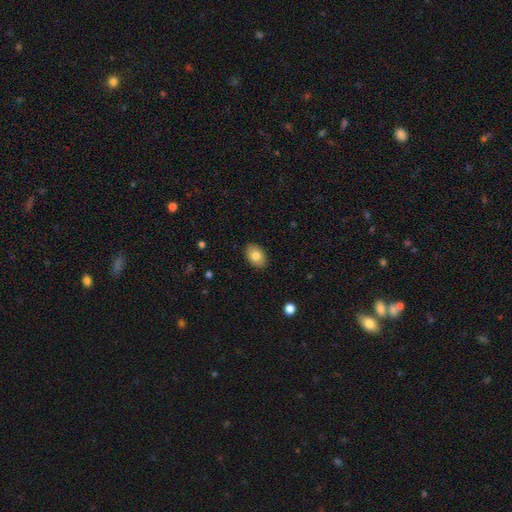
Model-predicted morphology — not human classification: smooth-or-featured: smooth: 81% | featured or disk: 11% | star or artifact: 8%
  how-rounded: in between: 84% | round: 15% | cigar-shaped: 1%
  merging: none: 89% | minor disturbance: 9% | major disturbance: 2% | merger: 1%